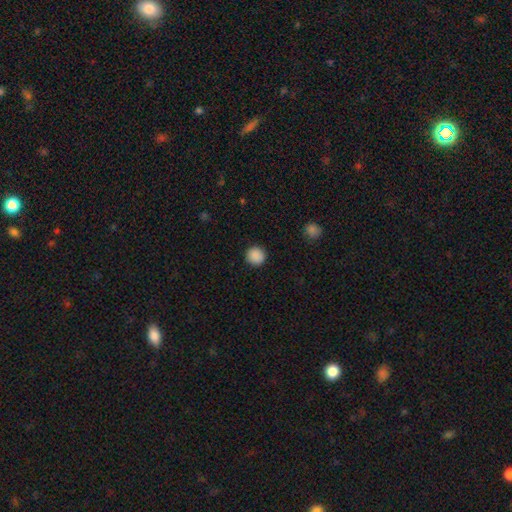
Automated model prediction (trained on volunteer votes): Q: Smooth or featured?
A: smooth (89%); runner-up: star or artifact (9%)
Q: How rounded?
A: round (94%); runner-up: in between (5%)
Q: Merging?
A: none (92%); runner-up: minor disturbance (5%)